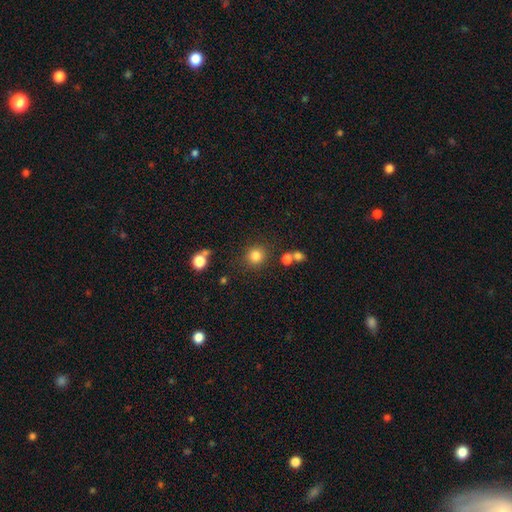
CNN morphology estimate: smooth_or_featured: smooth (p=0.82) [alt: star or artifact p=0.13]
how_rounded: round (p=0.90) [alt: in between p=0.10]
merging: none (p=0.82) [alt: minor disturbance p=0.09]